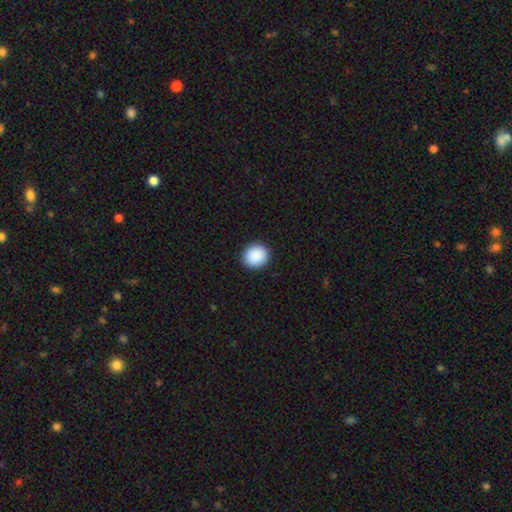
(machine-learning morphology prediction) Smooth or featured? Predicted: smooth (p=0.90). How rounded? Predicted: round (p=0.87). Merging? Predicted: none (p=0.92).